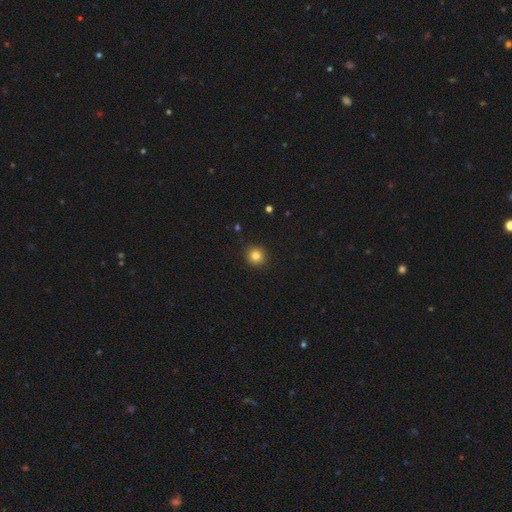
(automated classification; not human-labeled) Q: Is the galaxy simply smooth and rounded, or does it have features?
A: smooth — 82%.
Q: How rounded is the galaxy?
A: round — 93%.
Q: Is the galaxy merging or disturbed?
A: none — 92%.